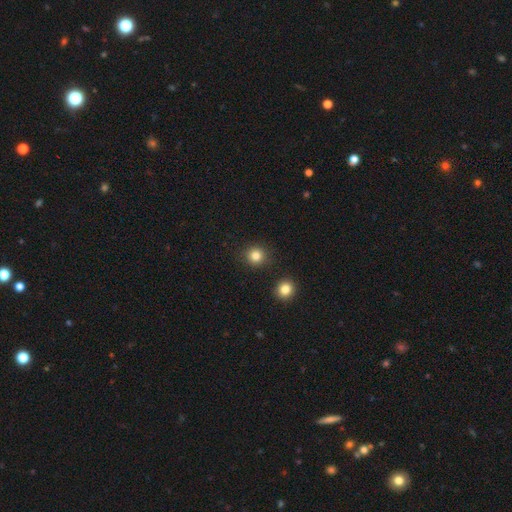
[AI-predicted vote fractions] Q: Smooth or featured?
A: smooth (83%); runner-up: star or artifact (12%)
Q: How rounded?
A: round (92%); runner-up: in between (7%)
Q: Merging?
A: none (89%); runner-up: minor disturbance (6%)